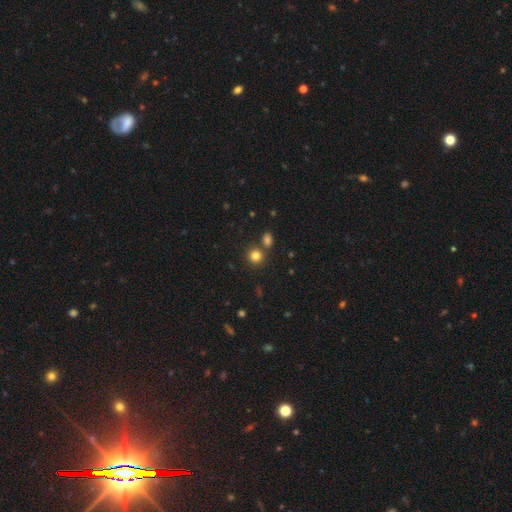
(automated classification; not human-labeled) smooth-or-featured: smooth: 81% | star or artifact: 13% | featured or disk: 6%
  how-rounded: round: 87% | in between: 12% | cigar-shaped: 1%
  merging: none: 72% | merger: 18% | minor disturbance: 8% | major disturbance: 3%